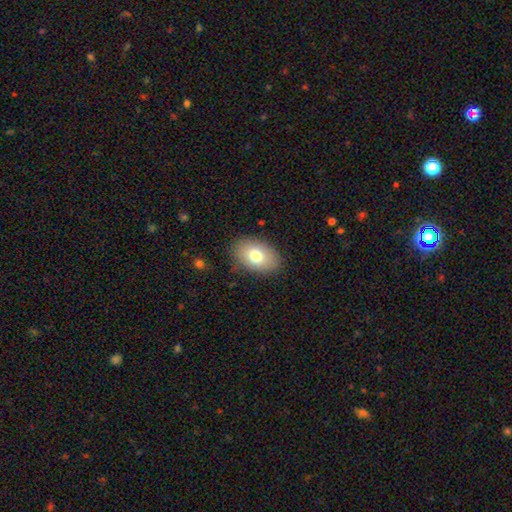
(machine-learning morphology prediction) Q: Smooth or featured?
A: smooth (77%); runner-up: featured or disk (15%)
Q: How rounded?
A: in between (87%); runner-up: round (12%)
Q: Merging?
A: none (85%); runner-up: minor disturbance (11%)